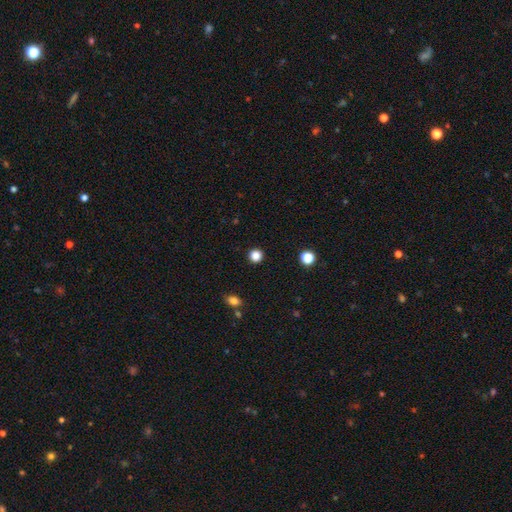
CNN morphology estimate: A smooth galaxy with no disk features (85%) that is round (94%). Merging: none (92%).